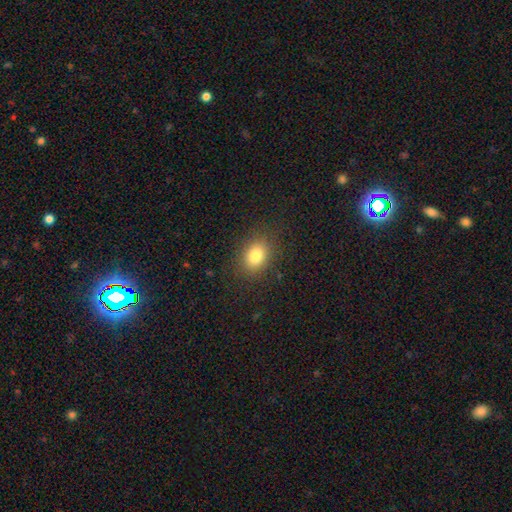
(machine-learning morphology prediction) type=smooth (82%); roundness=in between (64%); merging=none (85%).